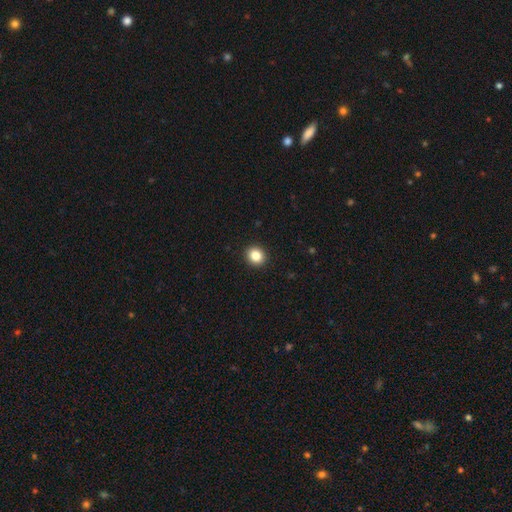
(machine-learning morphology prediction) This appears to be a smooth galaxy with no disk features (85%) that is round (83%). Merging: none (93%).